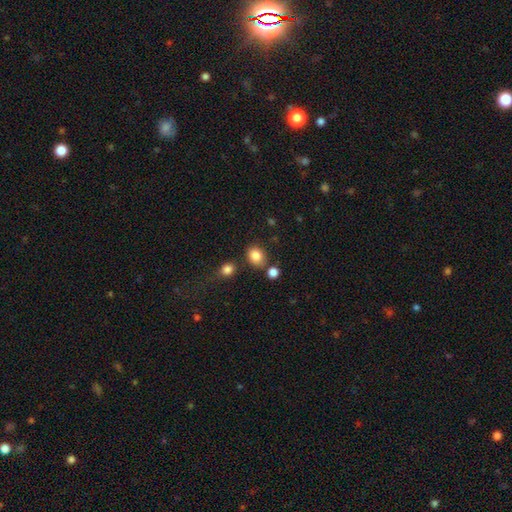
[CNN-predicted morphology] Smooth or featured?
  - smooth: 85% *
  - star or artifact: 10%
  - featured or disk: 5%
How rounded?
  - round: 58% *
  - in between: 41%
  - cigar-shaped: 1%
Merging?
  - none: 74% *
  - minor disturbance: 12%
  - merger: 10%
  - major disturbance: 4%